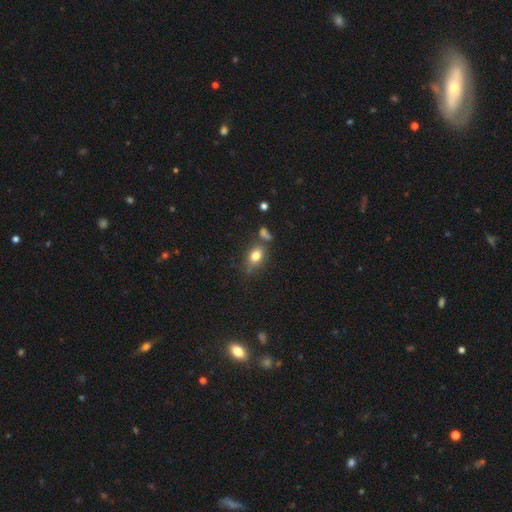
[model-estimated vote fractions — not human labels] Smooth or featured? Predicted: smooth (p=0.78). How rounded? Predicted: in between (p=0.76). Merging? Predicted: none (p=0.63).